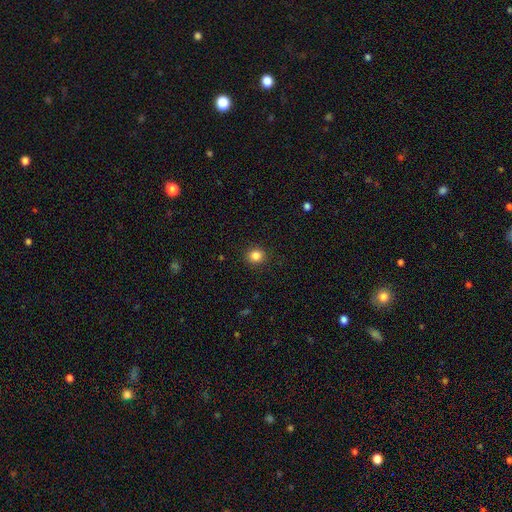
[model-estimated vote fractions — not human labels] Q: Smooth or featured?
A: smooth (85%); runner-up: star or artifact (11%)
Q: How rounded?
A: round (85%); runner-up: in between (15%)
Q: Merging?
A: none (91%); runner-up: minor disturbance (6%)